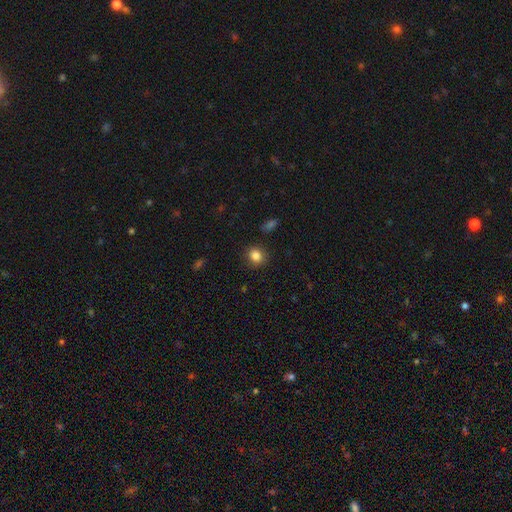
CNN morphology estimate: Smooth or featured?
  - smooth: 85% *
  - star or artifact: 11%
  - featured or disk: 5%
How rounded?
  - round: 74% *
  - in between: 25%
  - cigar-shaped: 1%
Merging?
  - none: 88% *
  - minor disturbance: 8%
  - major disturbance: 2%
  - merger: 1%